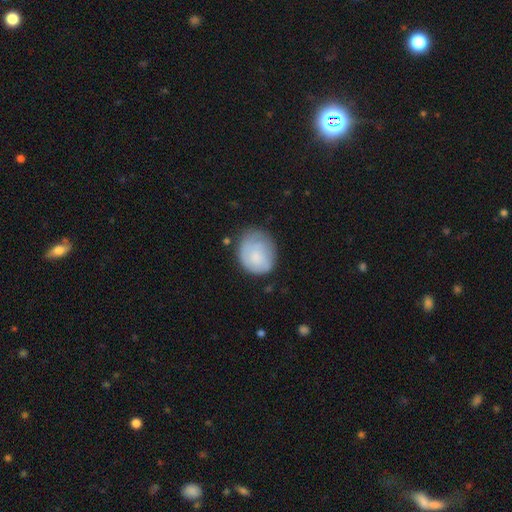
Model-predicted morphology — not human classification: The model was most divided on "merging": none: 55%, minor disturbance: 29%, major disturbance: 13%, merger: 2%. More confident: how rounded — round (64%); smooth or featured — smooth (64%).